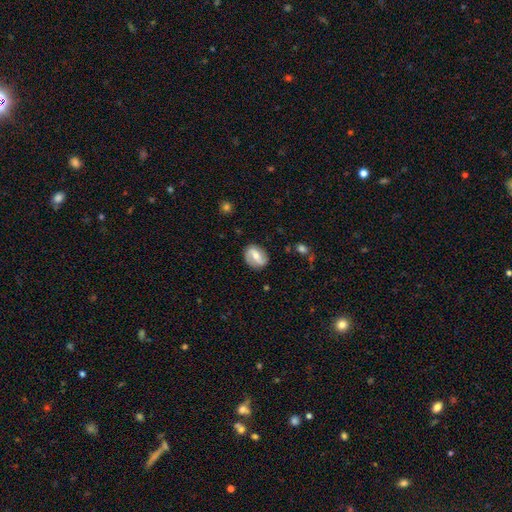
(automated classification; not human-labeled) smooth-or-featured: featured or disk: 64% | smooth: 30% | star or artifact: 6%
  disk-edge-on: no: 96% | yes: 4%
    bar: weak: 39% | strong: 35% | no: 26%
    has-spiral-arms: yes: 82% | no: 18%
      spiral-winding: loose: 48% | medium: 33% | tight: 19%
      spiral-arm-count: 2: 88% | can't tell: 6% | 1: 3% | 3: 1% | 4: 1% | more than 4: 1%
    bulge-size: moderate: 60% | small: 33% | large: 3% | none: 2% | dominant: 1%
  merging: none: 83% | minor disturbance: 12% | major disturbance: 3% | merger: 1%